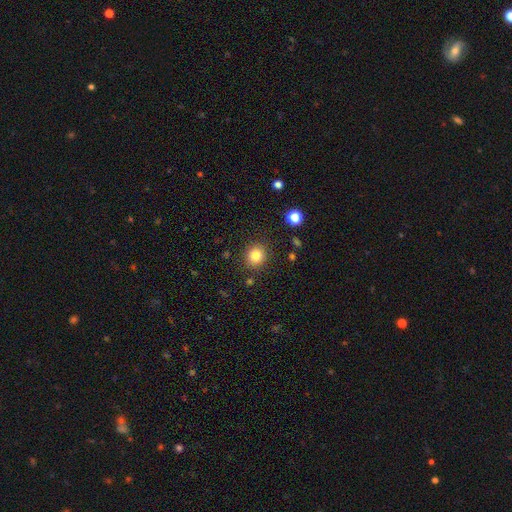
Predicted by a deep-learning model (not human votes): Q: Smooth or featured?
A: smooth (83%); runner-up: star or artifact (11%)
Q: How rounded?
A: round (82%); runner-up: in between (17%)
Q: Merging?
A: none (87%); runner-up: minor disturbance (8%)